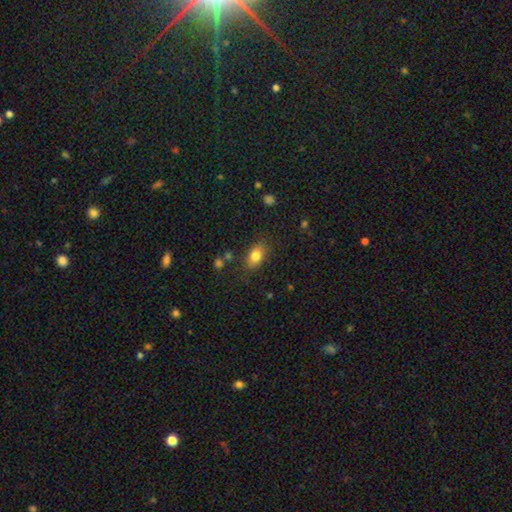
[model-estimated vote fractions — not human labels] This is clearly a smooth galaxy (81%). How rounded: clearly in between (82%). Merging: likely none (78%).